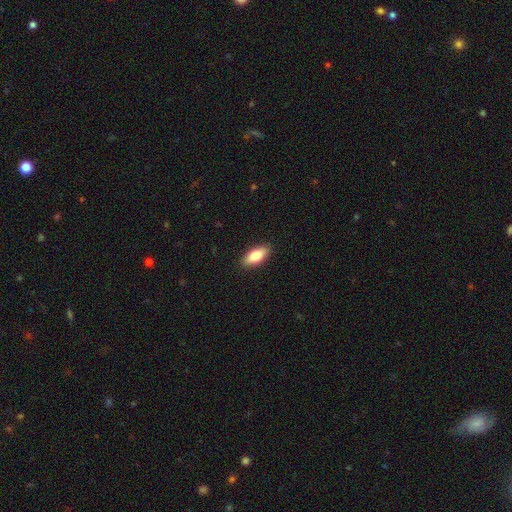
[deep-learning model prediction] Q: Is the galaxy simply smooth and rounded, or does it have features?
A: smooth — 78%.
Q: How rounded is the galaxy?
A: in between — 82%.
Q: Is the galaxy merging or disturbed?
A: none — 90%.